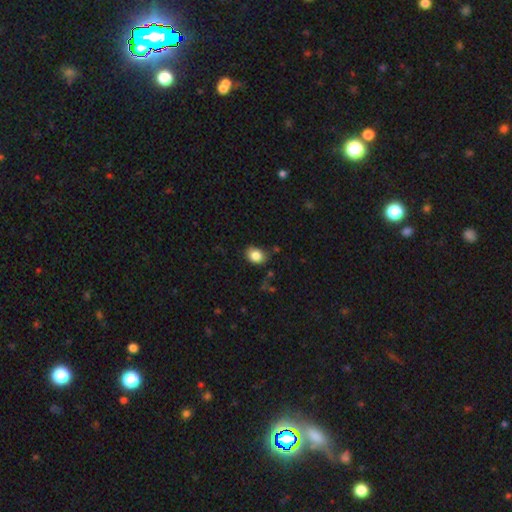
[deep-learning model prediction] This appears to be a smooth galaxy with no disk features (85%) that is in between round and cigar-shaped (62%). Merging: none (81%).